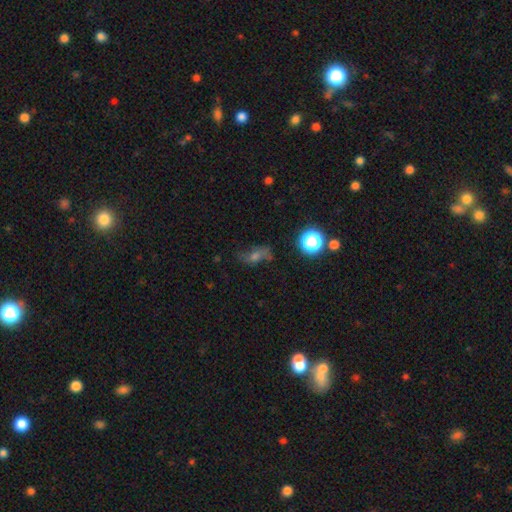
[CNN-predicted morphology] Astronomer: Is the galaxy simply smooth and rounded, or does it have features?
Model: smooth — 40% (runner-up: featured or disk, 34%).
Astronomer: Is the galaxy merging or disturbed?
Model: none — 59%.